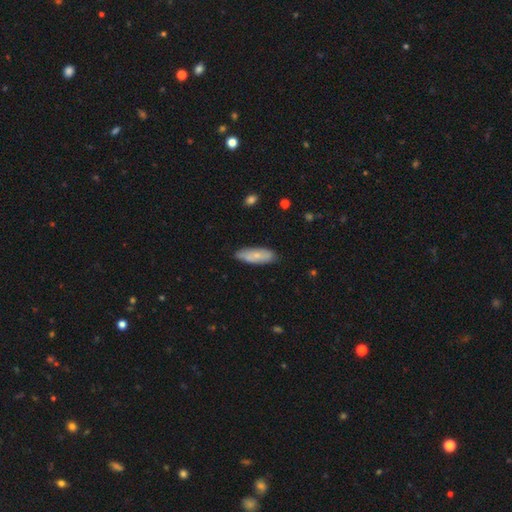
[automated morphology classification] Smooth or featured?
  - smooth: 64% *
  - featured or disk: 29%
  - star or artifact: 6%
How rounded?
  - in between: 64% *
  - cigar-shaped: 34%
  - round: 2%
Merging?
  - none: 84% *
  - minor disturbance: 13%
  - major disturbance: 2%
  - merger: 1%